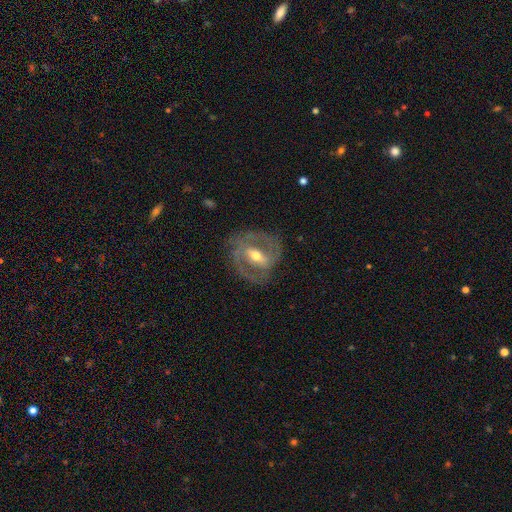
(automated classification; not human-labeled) The model was most divided on "spiral winding": medium: 45%, tight: 40%, loose: 16%. More confident: edge-on disk — no (92%); smooth or featured — featured or disk (82%); spiral arms — yes (79%); merging — none (75%); spiral arm count — 2 (74%); bulge size — moderate (69%); bar — strong (53%).